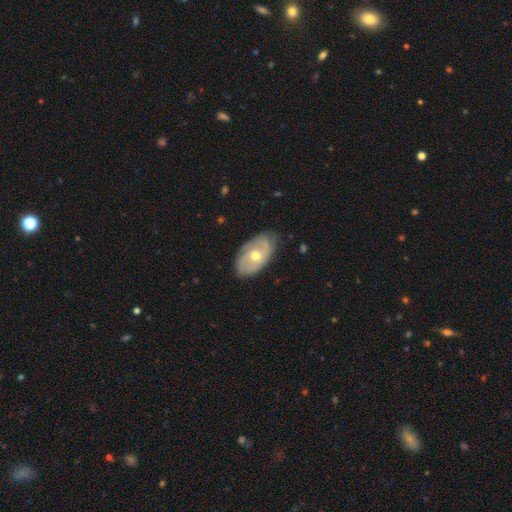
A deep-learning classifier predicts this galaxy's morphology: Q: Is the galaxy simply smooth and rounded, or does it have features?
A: featured or disk — 64%.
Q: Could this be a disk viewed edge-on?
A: no — 92%.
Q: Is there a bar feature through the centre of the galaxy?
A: no — 74%.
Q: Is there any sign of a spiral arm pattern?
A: yes — 68%.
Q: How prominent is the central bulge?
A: moderate — 70%.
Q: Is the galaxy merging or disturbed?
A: none — 76%.